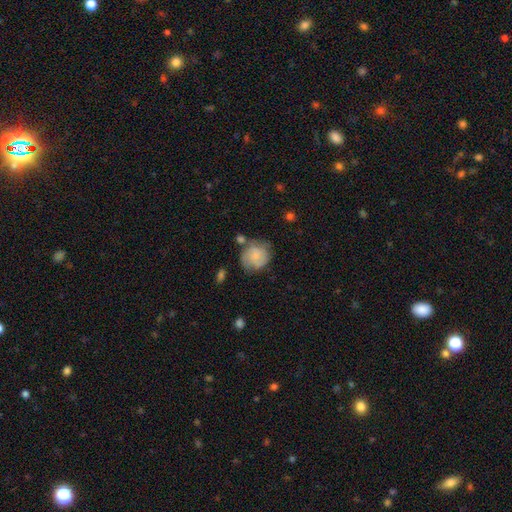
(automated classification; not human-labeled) This is possibly a smooth galaxy (51%). How rounded: likely round (78%). Merging: possibly none (57%).